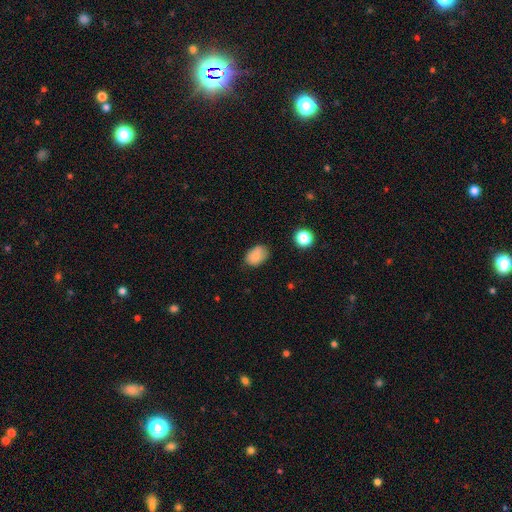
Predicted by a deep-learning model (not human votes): Smooth or featured: smooth — 83% (star or artifact — 9%)
How rounded: in between — 82% (round — 17%)
Merging: none — 73% (minor disturbance — 21%)